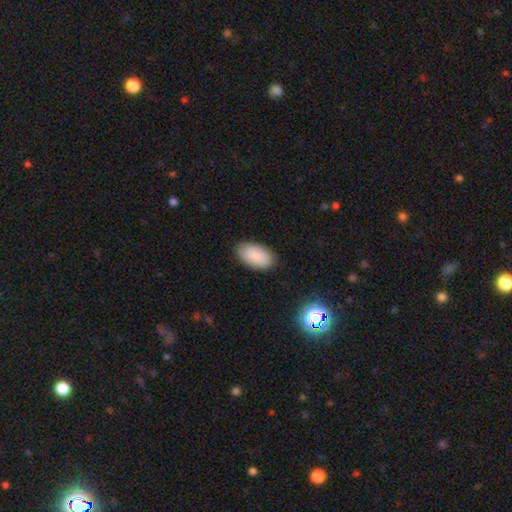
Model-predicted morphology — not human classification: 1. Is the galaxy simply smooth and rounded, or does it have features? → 88% smooth, 6% star or artifact, 6% featured or disk.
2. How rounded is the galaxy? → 96% in between, 3% round, 2% cigar-shaped.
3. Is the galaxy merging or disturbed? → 87% none, 9% minor disturbance, 2% major disturbance, 1% merger.